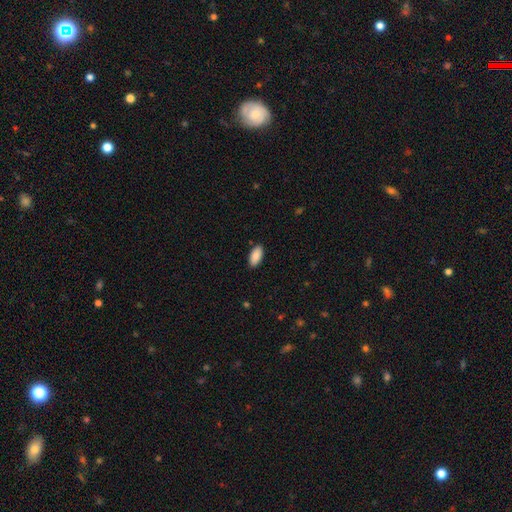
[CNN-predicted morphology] Smooth or featured?
  - smooth: 90% *
  - star or artifact: 6%
  - featured or disk: 4%
How rounded?
  - in between: 92% *
  - cigar-shaped: 7%
  - round: 2%
Merging?
  - none: 89% *
  - minor disturbance: 8%
  - major disturbance: 2%
  - merger: 1%